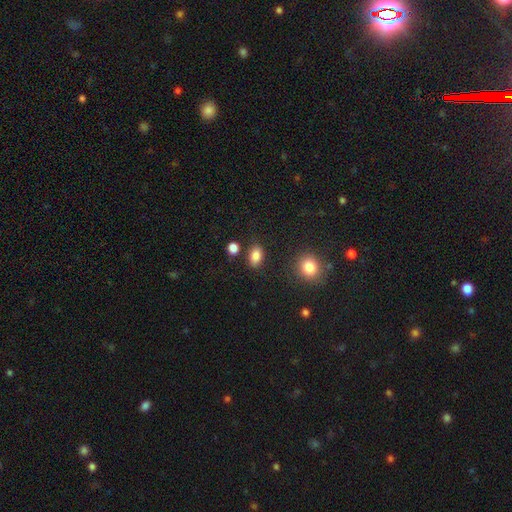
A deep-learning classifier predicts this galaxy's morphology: A smooth galaxy with no disk features (86%) that is in between round and cigar-shaped (83%). Merging: none (82%).